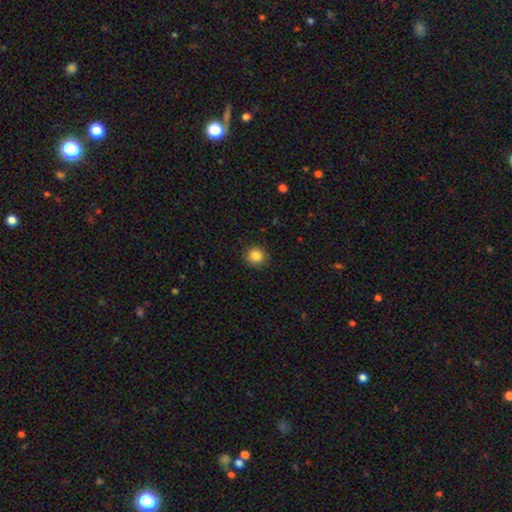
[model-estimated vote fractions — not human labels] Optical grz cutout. It shows a smooth galaxy with no disk features (85%) that is round (86%). Merging: none (89%).